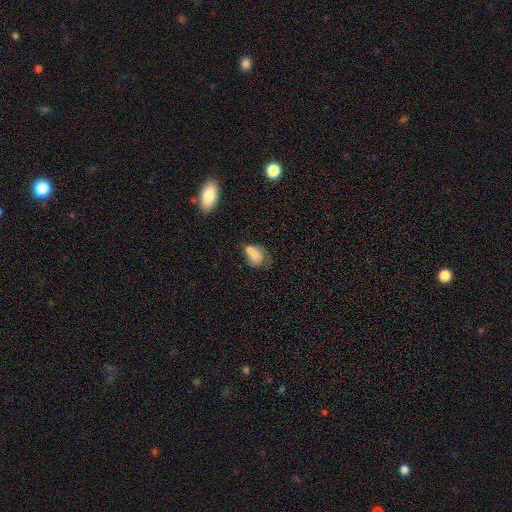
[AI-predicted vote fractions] Smooth or featured? smooth (70%)
How rounded? in between (70%)
Merging? merger (38%)